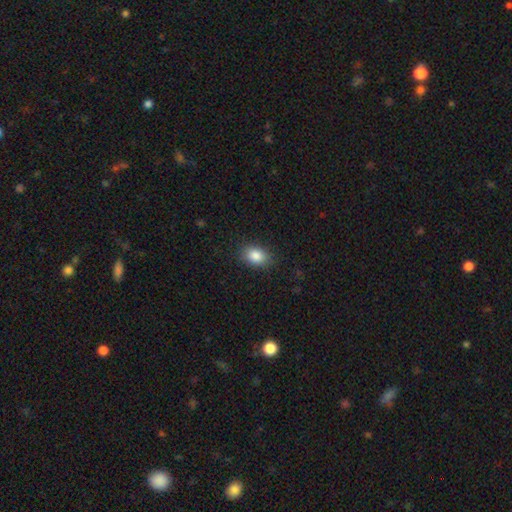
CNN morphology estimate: Smooth or featured?
  - smooth: 86% *
  - star or artifact: 9%
  - featured or disk: 6%
How rounded?
  - in between: 77% *
  - round: 21%
  - cigar-shaped: 1%
Merging?
  - none: 85% *
  - minor disturbance: 11%
  - major disturbance: 3%
  - merger: 1%